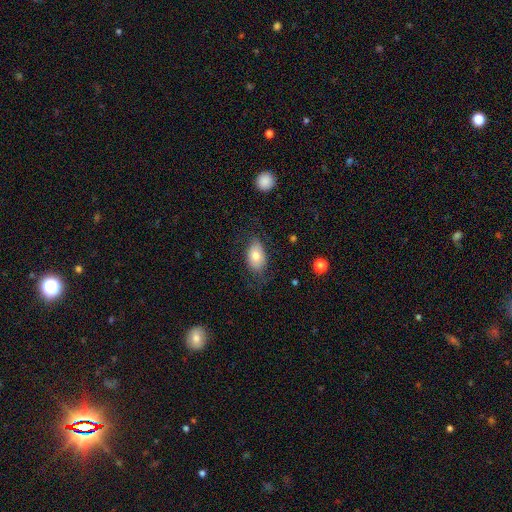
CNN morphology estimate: A smooth galaxy with no disk features (74%) that is in between round and cigar-shaped (88%). Merging: none (66%).